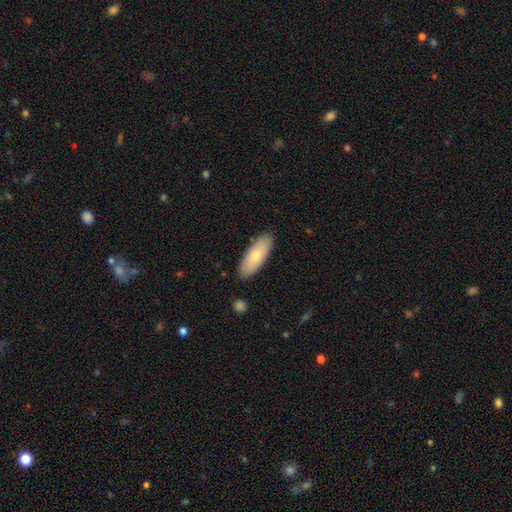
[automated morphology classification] Smooth or featured?
  - smooth: 74% *
  - featured or disk: 21%
  - star or artifact: 6%
How rounded?
  - in between: 68% *
  - cigar-shaped: 30%
  - round: 2%
Merging?
  - none: 88% *
  - minor disturbance: 9%
  - major disturbance: 2%
  - merger: 1%